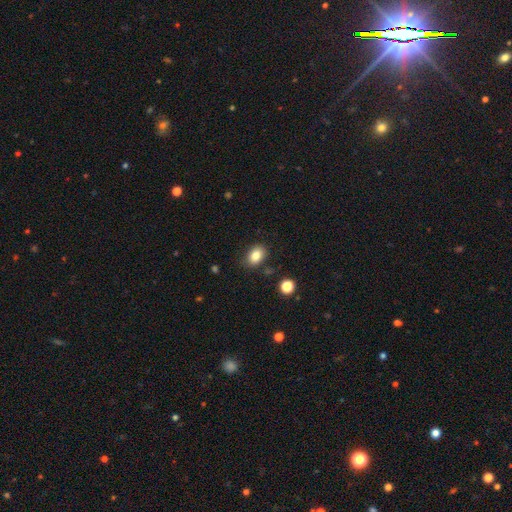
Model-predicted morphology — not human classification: Q: Smooth or featured?
A: smooth (83%); runner-up: star or artifact (10%)
Q: How rounded?
A: in between (76%); runner-up: round (23%)
Q: Merging?
A: none (82%); runner-up: minor disturbance (12%)